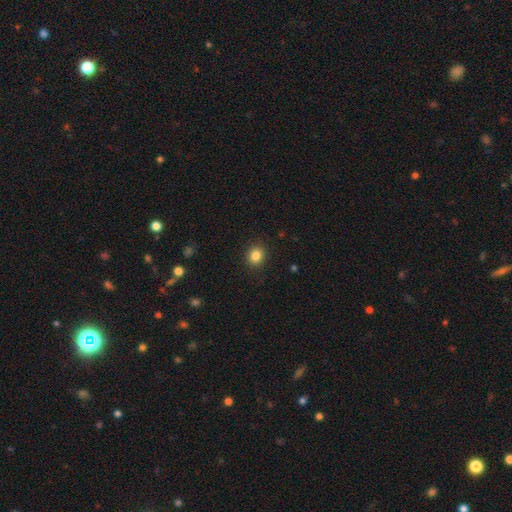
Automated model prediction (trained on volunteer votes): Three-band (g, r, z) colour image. It shows a smooth galaxy with no disk features (85%) that is round (71%). Merging: none (90%).